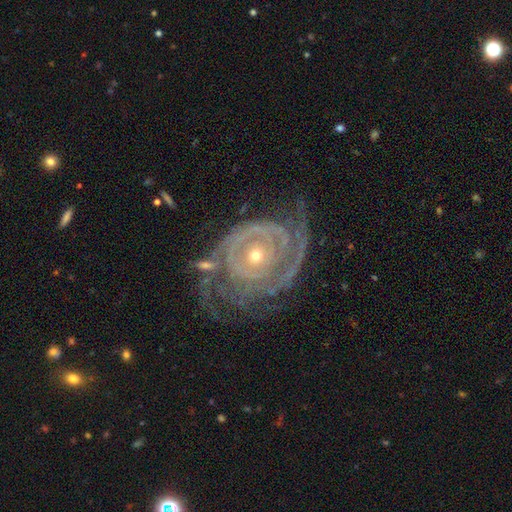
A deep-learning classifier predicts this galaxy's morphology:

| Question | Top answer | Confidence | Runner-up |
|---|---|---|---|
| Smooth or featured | featured or disk | 88% | star or artifact (6%) |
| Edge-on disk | no | 96% | yes (4%) |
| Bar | no | 74% | weak (17%) |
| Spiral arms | yes | 94% | no (6%) |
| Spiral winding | tight | 76% | medium (19%) |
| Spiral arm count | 2 | 32% | can't tell (27%) |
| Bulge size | small | 60% | moderate (37%) |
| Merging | none | 58% | minor disturbance (22%) |